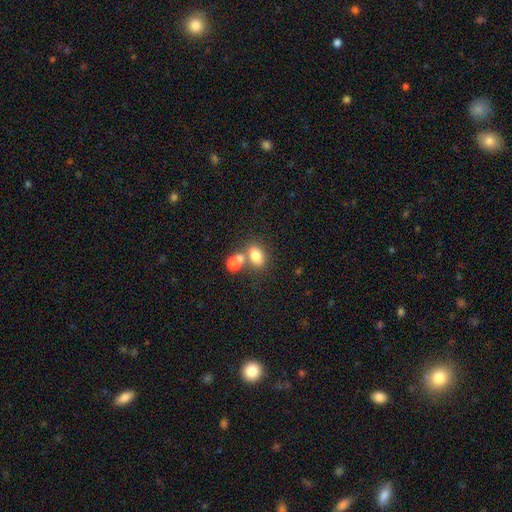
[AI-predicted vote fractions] Smooth or featured? Predicted: smooth (p=0.77). How rounded? Predicted: in between (p=0.70). Merging? Predicted: none (p=0.43).